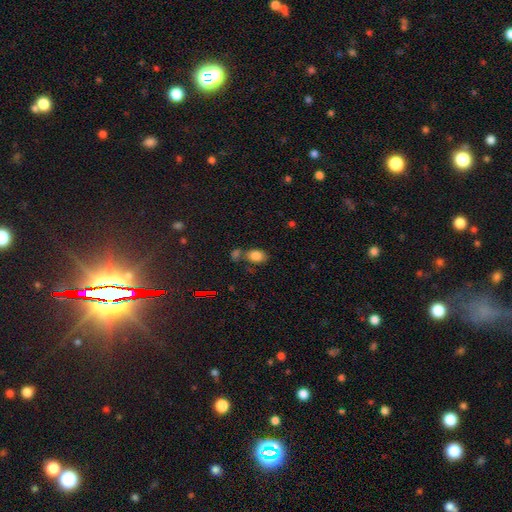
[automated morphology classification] The model was most divided on "merging": none: 56%, merger: 25%, minor disturbance: 14%, major disturbance: 5%. More confident: smooth or featured — smooth (82%); how rounded — in between (79%).